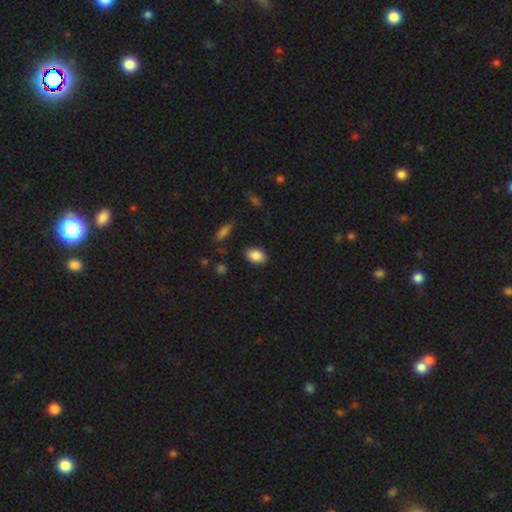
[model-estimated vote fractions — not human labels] The model was most divided on "how rounded": in between: 84%, round: 14%, cigar-shaped: 1%. More confident: smooth or featured — smooth (87%); merging — none (86%).